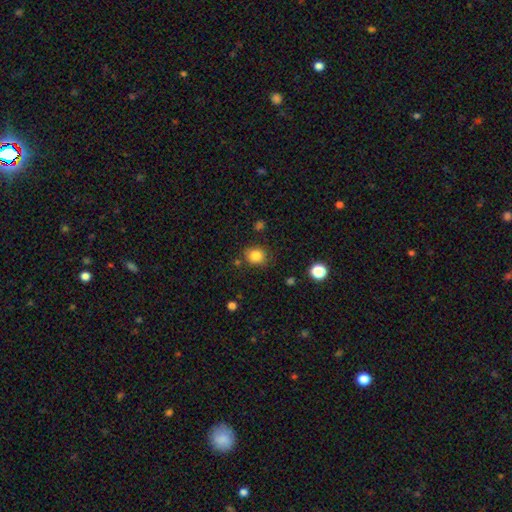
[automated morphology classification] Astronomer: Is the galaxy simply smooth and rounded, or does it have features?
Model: smooth — 84%.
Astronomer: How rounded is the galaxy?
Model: round — 73%.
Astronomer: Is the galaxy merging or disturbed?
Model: none — 80%.